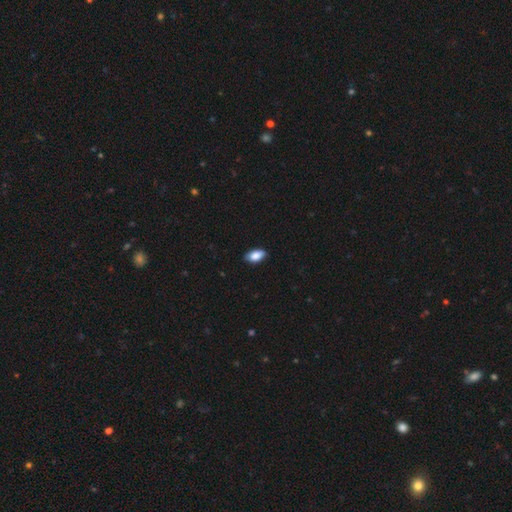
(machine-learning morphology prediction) A smooth galaxy with no disk features (85%) that is in between round and cigar-shaped (92%). Merging: none (85%).